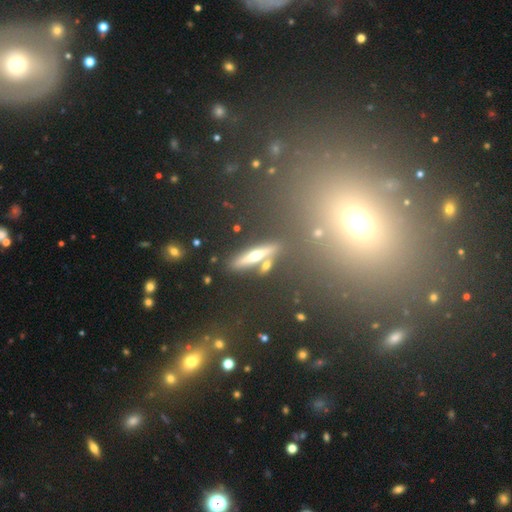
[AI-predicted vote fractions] Smooth or featured: featured or disk — 46% (smooth — 36%)
Merging: none — 80% (minor disturbance — 9%)